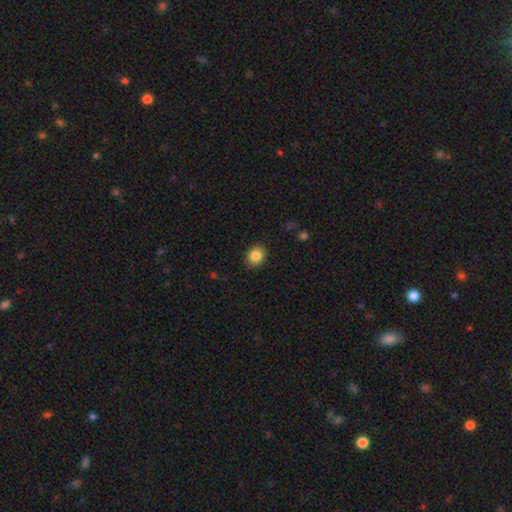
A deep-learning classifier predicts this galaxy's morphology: Smooth or featured? smooth (85%)
How rounded? round (66%)
Merging? none (89%)